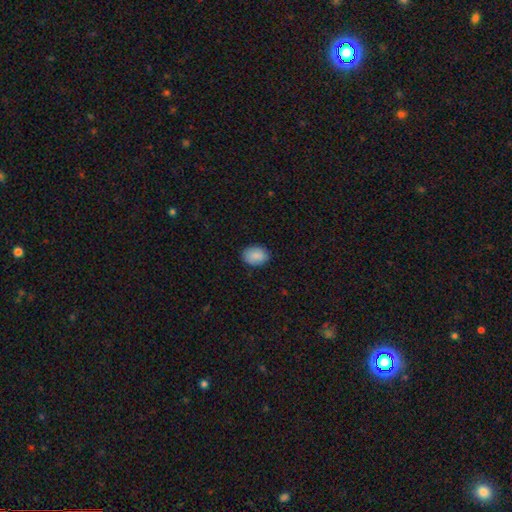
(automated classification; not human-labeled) Smooth or featured? Predicted: smooth (p=0.89). How rounded? Predicted: in between (p=0.77). Merging? Predicted: none (p=0.87).